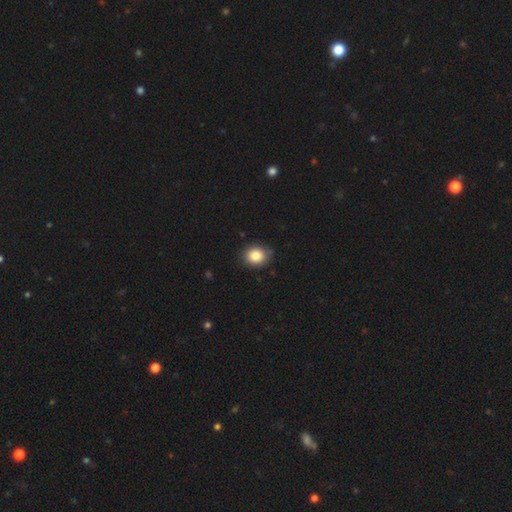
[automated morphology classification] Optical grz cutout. It shows a smooth galaxy with no disk features (85%) that is round (65%). Merging: none (83%).